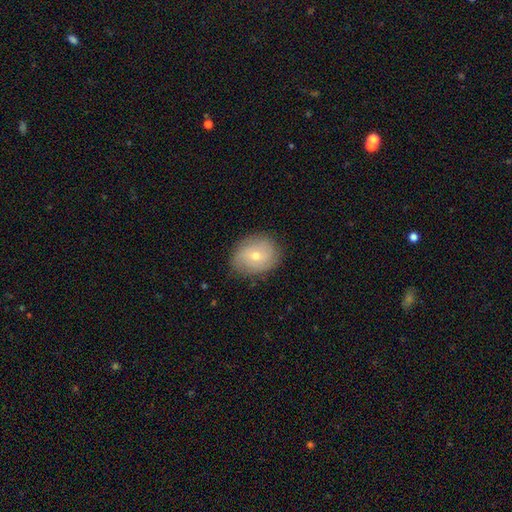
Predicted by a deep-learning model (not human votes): This is possibly a smooth galaxy (49%). Merging: clearly none (82%).